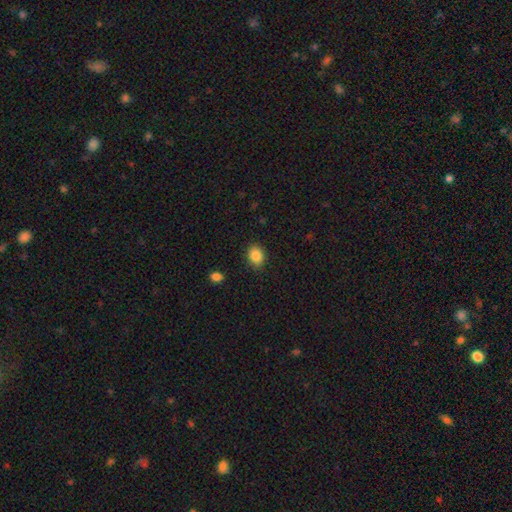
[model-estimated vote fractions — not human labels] Q: Smooth or featured?
A: smooth (87%); runner-up: star or artifact (9%)
Q: How rounded?
A: in between (60%); runner-up: round (39%)
Q: Merging?
A: none (88%); runner-up: minor disturbance (9%)